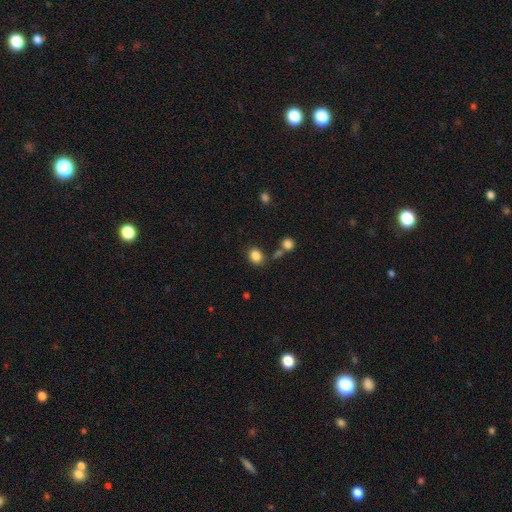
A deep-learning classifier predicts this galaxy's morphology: This is clearly a smooth galaxy (85%). How rounded: possibly in between (51%). Merging: likely none (76%).